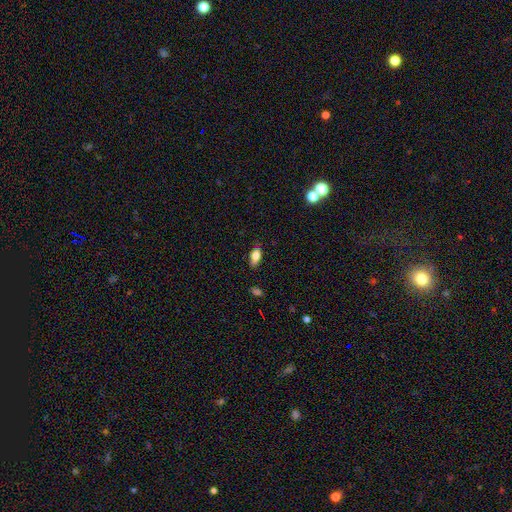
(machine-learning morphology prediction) The model was most divided on "smooth or featured": smooth: 78%, featured or disk: 14%, star or artifact: 8%. More confident: how rounded — in between (84%); merging — none (79%).